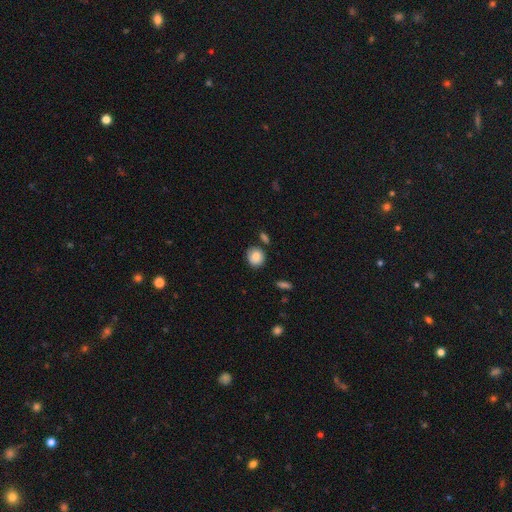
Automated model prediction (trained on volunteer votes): Q: Smooth or featured?
A: smooth (80%); runner-up: featured or disk (12%)
Q: How rounded?
A: round (82%); runner-up: in between (17%)
Q: Merging?
A: none (79%); runner-up: minor disturbance (12%)